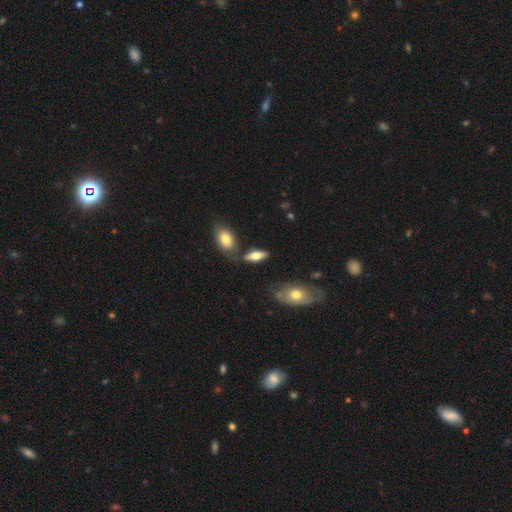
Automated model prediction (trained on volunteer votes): smooth 59%, featured or disk 34%, star or artifact 7%. Down the decision tree: how rounded — in between (72%); merging — none (68%).